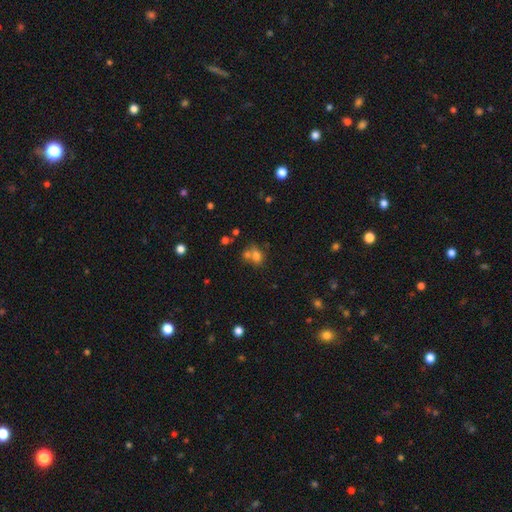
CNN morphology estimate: Overall: smooth (70%). How rounded: round (51%; in between 48%). Merging: merger (45%; none 38%).